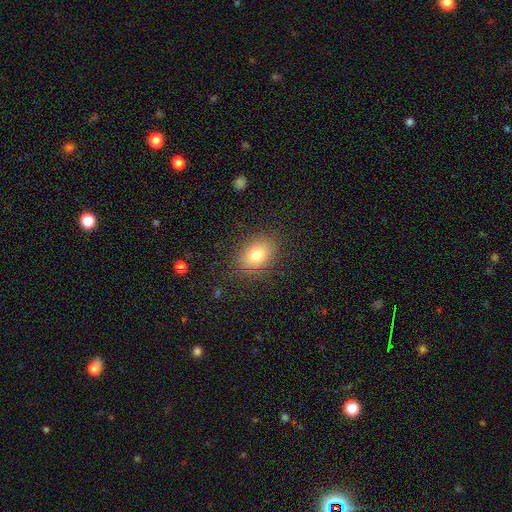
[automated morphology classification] Q: Smooth or featured?
A: smooth (77%); runner-up: featured or disk (12%)
Q: How rounded?
A: in between (67%); runner-up: round (31%)
Q: Merging?
A: none (83%); runner-up: minor disturbance (11%)